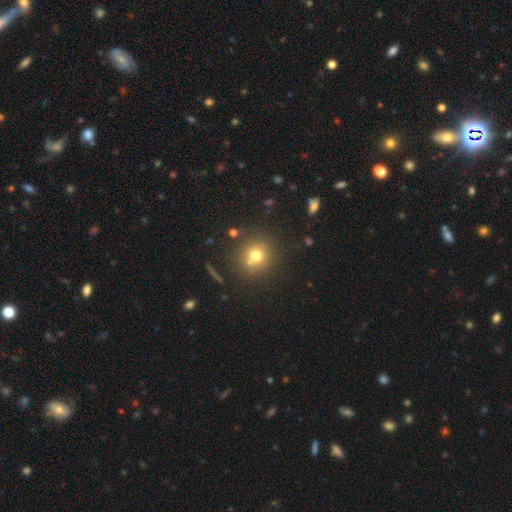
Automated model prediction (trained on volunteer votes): Overall: smooth (71%). How rounded: round (92%). Merging: none (72%).